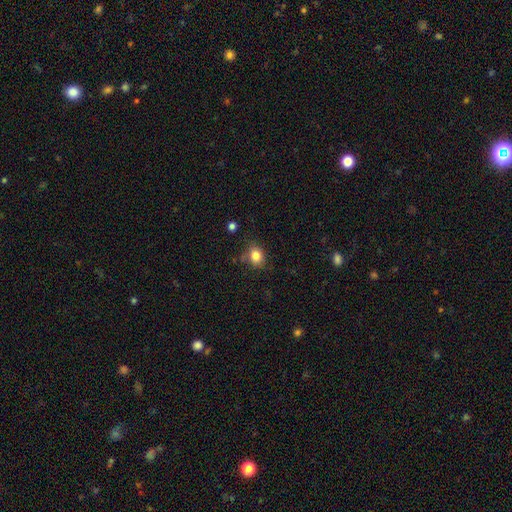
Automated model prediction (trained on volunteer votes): Smooth or featured?
  - smooth: 83% *
  - star or artifact: 11%
  - featured or disk: 7%
How rounded?
  - round: 51% *
  - in between: 48%
  - cigar-shaped: 1%
Merging?
  - none: 73% *
  - minor disturbance: 19%
  - major disturbance: 4%
  - merger: 3%